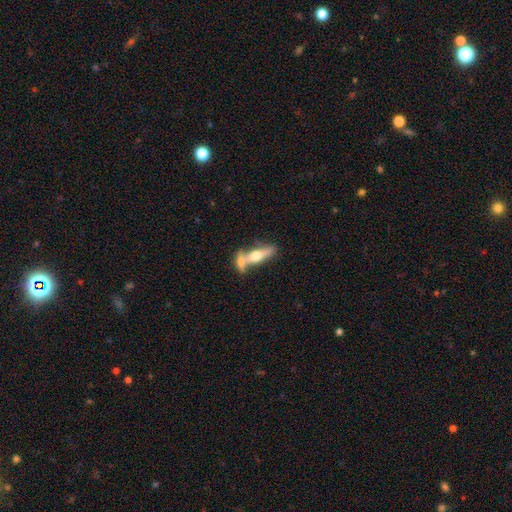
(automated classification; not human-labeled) Smooth or featured? featured or disk (49%)
Merging? merger (48%)